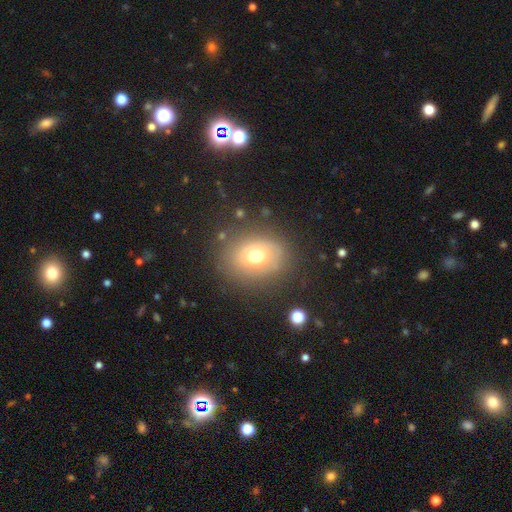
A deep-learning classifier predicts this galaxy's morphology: This appears to be a smooth galaxy with no disk features (63%) that is in between round and cigar-shaped (50%). Merging: none (76%).